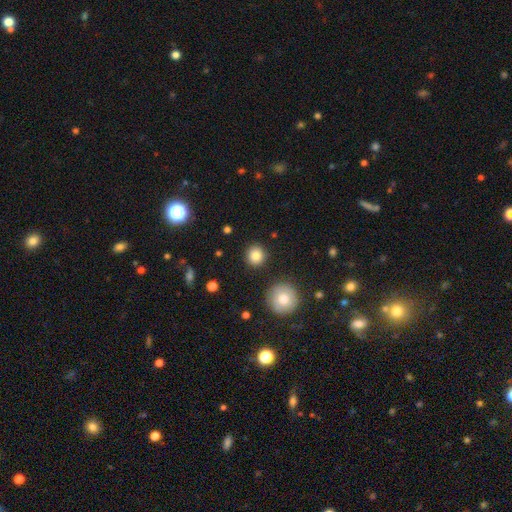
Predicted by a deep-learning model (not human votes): Q: Smooth or featured?
A: smooth (84%); runner-up: star or artifact (10%)
Q: How rounded?
A: round (92%); runner-up: in between (7%)
Q: Merging?
A: none (89%); runner-up: minor disturbance (6%)